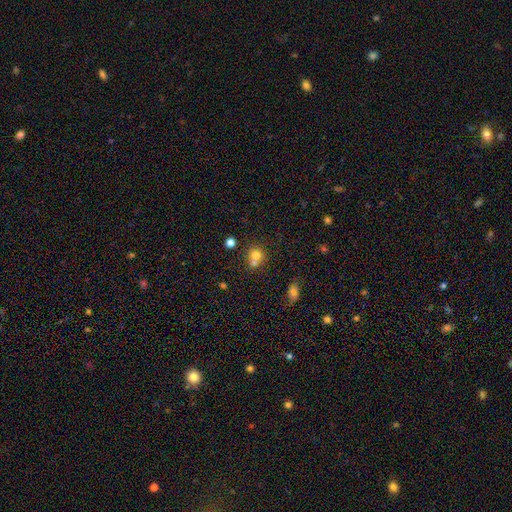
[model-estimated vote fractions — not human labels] Smooth or featured? Predicted: smooth (p=0.73). How rounded? Predicted: round (p=0.82). Merging? Predicted: merger (p=0.45).